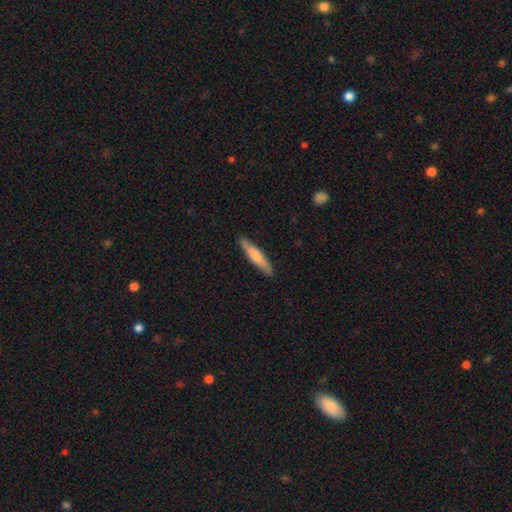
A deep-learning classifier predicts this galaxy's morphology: smooth 69%, featured or disk 26%, star or artifact 5%. Down the decision tree: how rounded — cigar-shaped (88%); merging — none (89%).